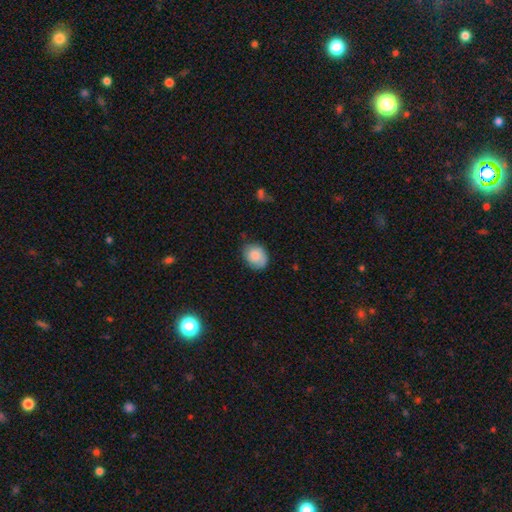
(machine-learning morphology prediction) This appears to be a smooth galaxy with no disk features (83%) that is in between round and cigar-shaped (55%). Merging: none (73%).